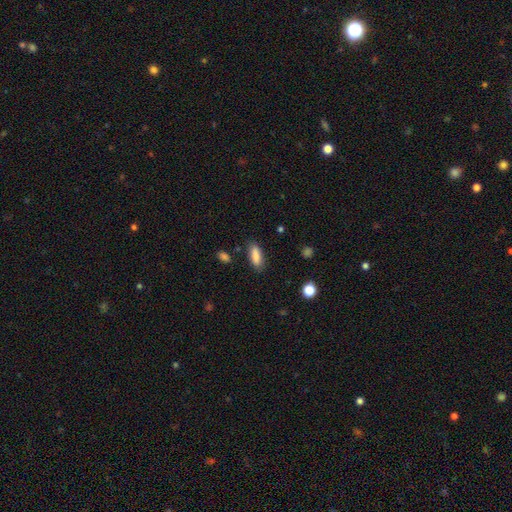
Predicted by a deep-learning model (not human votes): The model was most divided on "how rounded": in between: 68%, cigar-shaped: 29%, round: 2%. More confident: smooth or featured — smooth (86%); merging — none (83%).